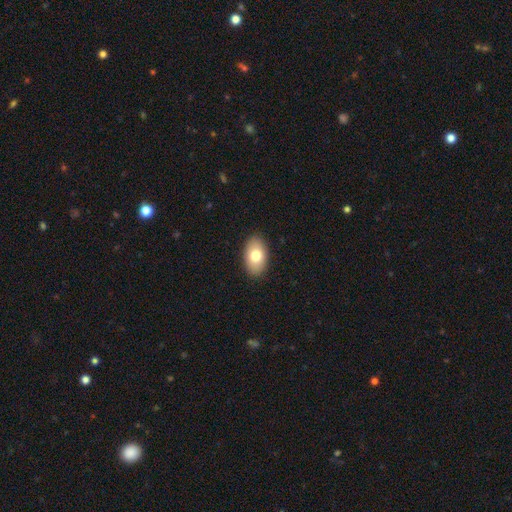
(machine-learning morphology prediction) type=smooth (77%); roundness=in between (92%); merging=none (89%).